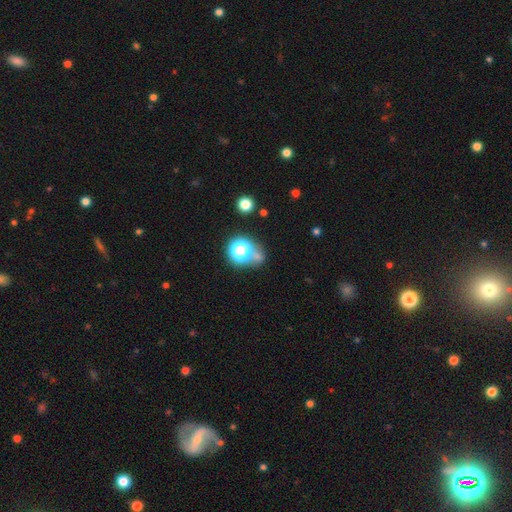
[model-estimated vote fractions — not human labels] A star or artifact, not a galaxy (52%).

Vote fractions:
- Smooth or featured? star or artifact: 52% / smooth: 38% / featured or disk: 10%